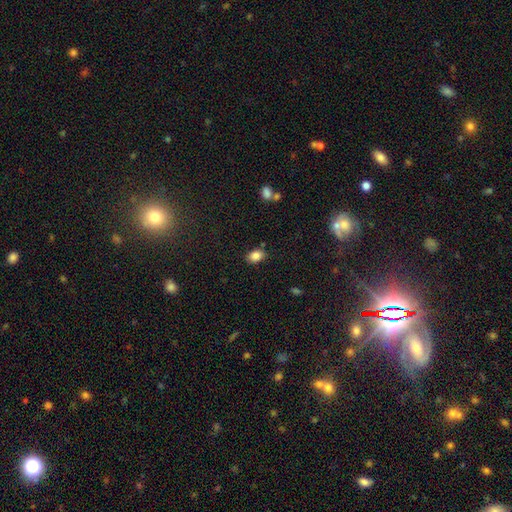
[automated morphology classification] smooth_or_featured: smooth (p=0.85) [alt: star or artifact p=0.09]
how_rounded: in between (p=0.80) [alt: round p=0.19]
merging: none (p=0.81) [alt: minor disturbance p=0.12]